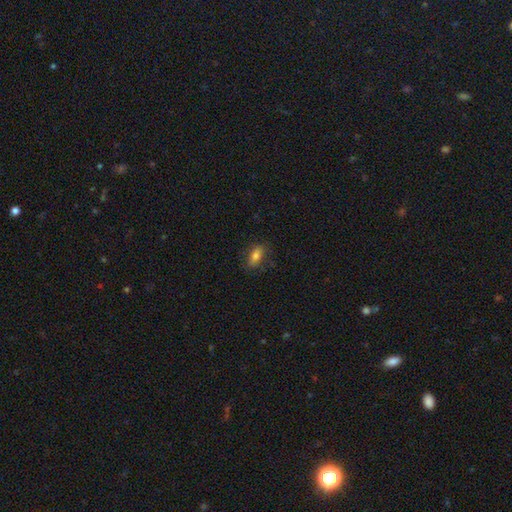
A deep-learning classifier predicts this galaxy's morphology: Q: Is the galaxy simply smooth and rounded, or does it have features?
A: smooth — 75%.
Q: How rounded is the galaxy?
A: in between — 80%.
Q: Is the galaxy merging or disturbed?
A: none — 80%.